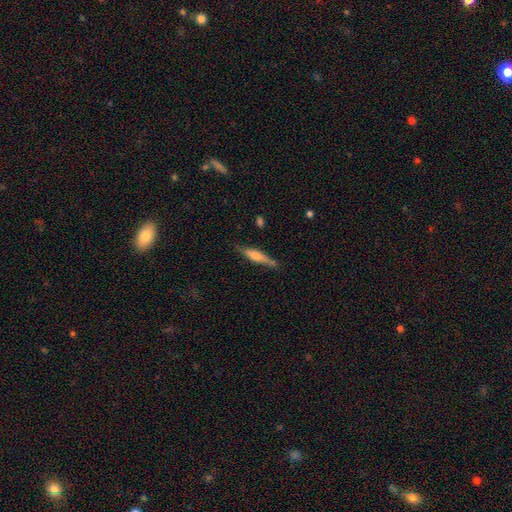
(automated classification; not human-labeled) smooth-or-featured: smooth: 58% | featured or disk: 36% | star or artifact: 6%
  how-rounded: cigar-shaped: 79% | in between: 19% | round: 2%
  merging: none: 68% | minor disturbance: 23% | major disturbance: 5% | merger: 5%